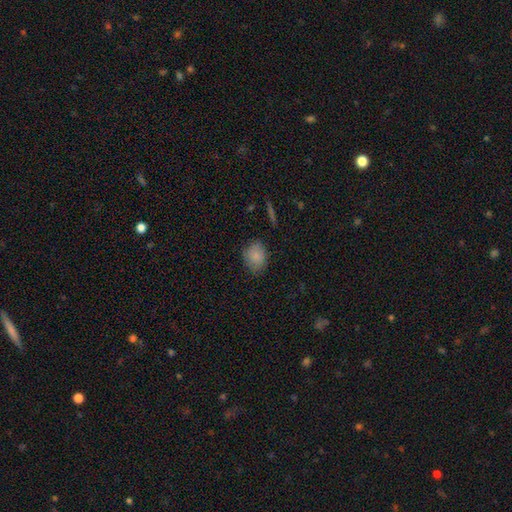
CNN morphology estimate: The model was most divided on "how rounded": in between: 55%, round: 44%, cigar-shaped: 1%. More confident: smooth or featured — smooth (85%); merging — none (74%).